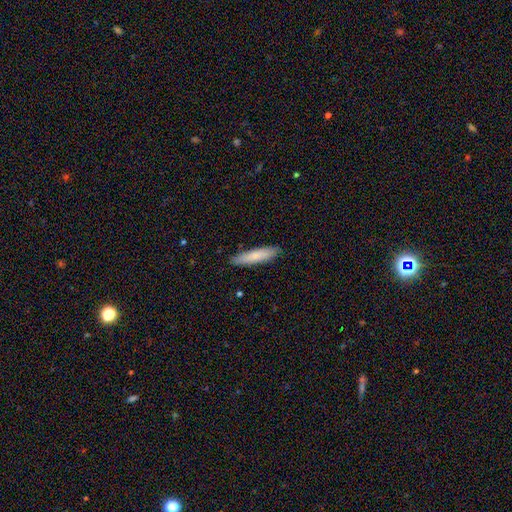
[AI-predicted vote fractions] This appears to be a smooth galaxy with no disk features (80%) that is cigar-shaped (84%). Merging: none (89%).